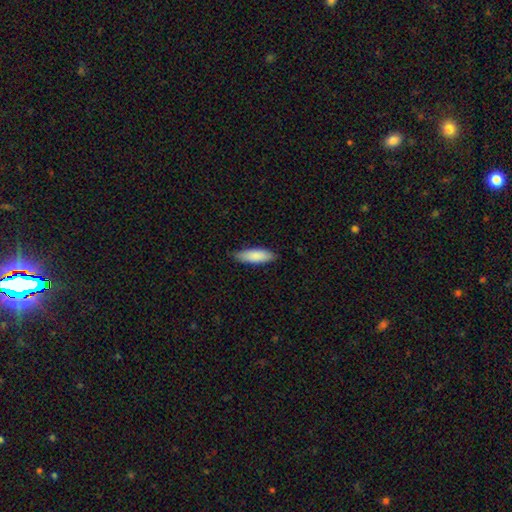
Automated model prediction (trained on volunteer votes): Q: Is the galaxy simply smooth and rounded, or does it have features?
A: smooth — 87%.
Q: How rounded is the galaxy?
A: in between — 55%.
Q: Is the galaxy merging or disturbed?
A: none — 84%.